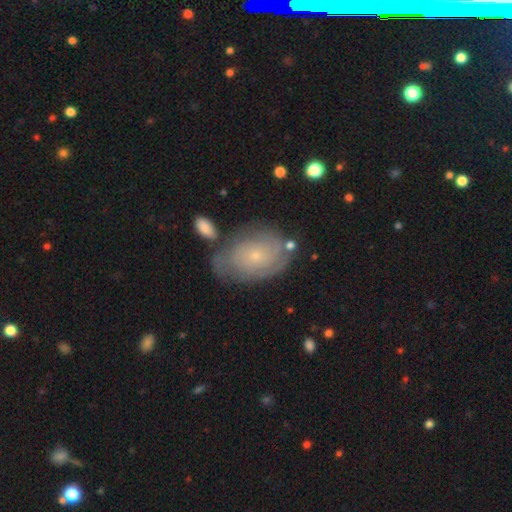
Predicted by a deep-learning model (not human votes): smooth-or-featured: featured or disk: 57% | smooth: 35% | star or artifact: 8%
  disk-edge-on: no: 95% | yes: 5%
    bar: no: 84% | weak: 14% | strong: 2%
    has-spiral-arms: yes: 75% | no: 25%
    bulge-size: small: 82% | moderate: 14% | none: 2% | large: 1% | dominant: 1%
  merging: none: 60% | minor disturbance: 23% | merger: 9% | major disturbance: 8%